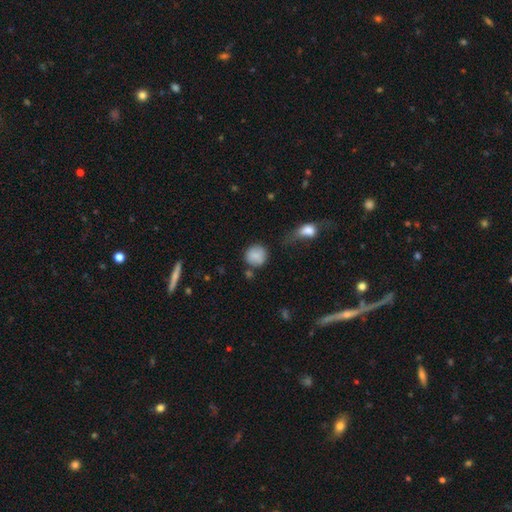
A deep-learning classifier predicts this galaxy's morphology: This appears to be a smooth galaxy with no disk features (84%) that is round (90%). Merging: none (71%).